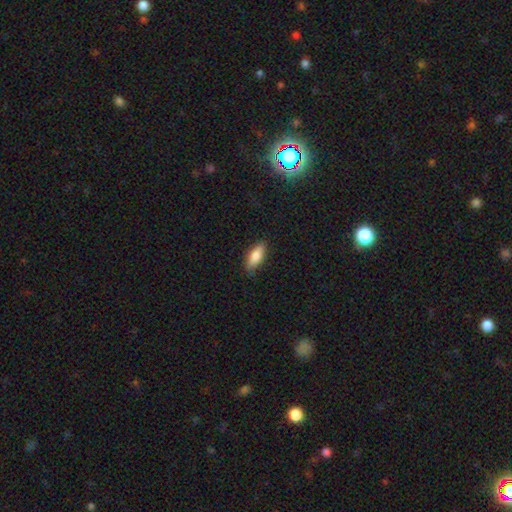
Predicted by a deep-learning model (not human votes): A smooth galaxy with no disk features (81%) that is in between round and cigar-shaped (71%). Merging: none (84%).